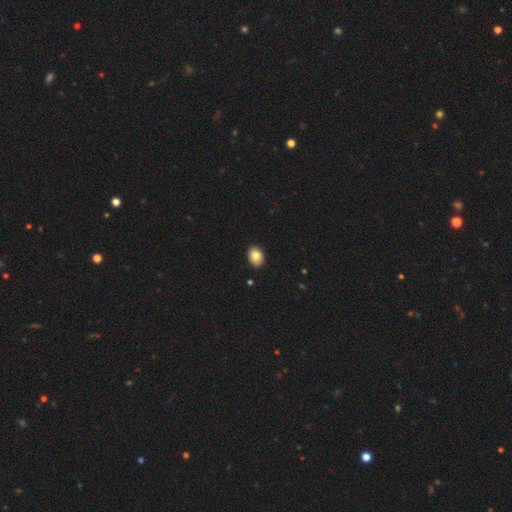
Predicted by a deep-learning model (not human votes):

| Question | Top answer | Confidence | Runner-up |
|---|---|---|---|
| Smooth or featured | smooth | 83% | featured or disk (9%) |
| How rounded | in between | 68% | round (31%) |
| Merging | none | 90% | minor disturbance (7%) |